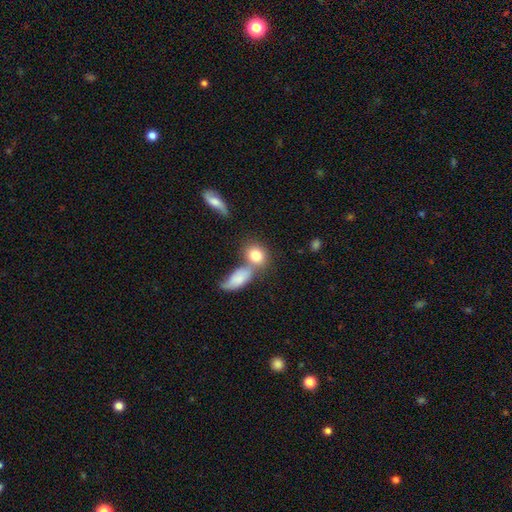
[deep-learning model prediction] Smooth or featured? Predicted: smooth (p=0.80). How rounded? Predicted: in between (p=0.54). Merging? Predicted: merger (p=0.43).